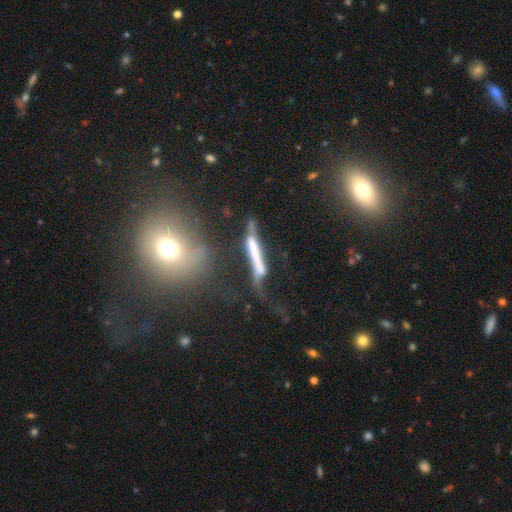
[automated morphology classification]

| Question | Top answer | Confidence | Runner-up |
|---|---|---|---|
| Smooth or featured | featured or disk | 54% | smooth (35%) |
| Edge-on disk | yes | 74% | no (26%) |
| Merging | none | 34% | major disturbance (26%) |